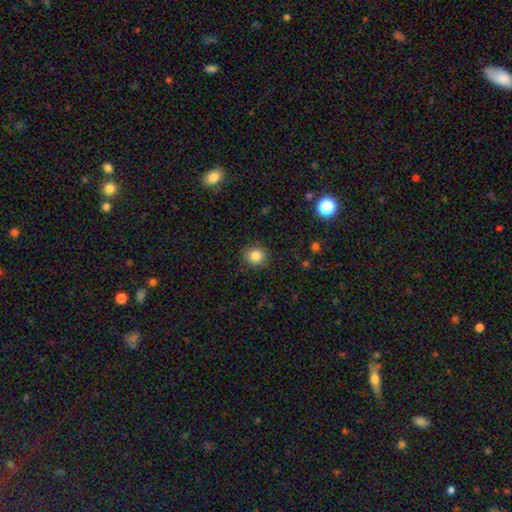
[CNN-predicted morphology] Q: Smooth or featured?
A: smooth (84%); runner-up: star or artifact (10%)
Q: How rounded?
A: round (82%); runner-up: in between (17%)
Q: Merging?
A: none (85%); runner-up: minor disturbance (11%)